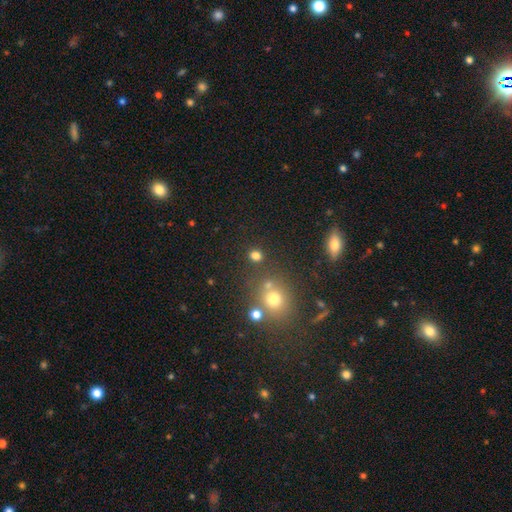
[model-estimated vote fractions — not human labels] A smooth galaxy with no disk features (75%) that is round (78%).

Vote fractions:
- Smooth or featured? smooth: 75% / star or artifact: 19% / featured or disk: 6%
- How rounded? round: 78% / in between: 21% / cigar-shaped: 1%
- Merging? none: 78% / merger: 10% / minor disturbance: 8% / major disturbance: 4%